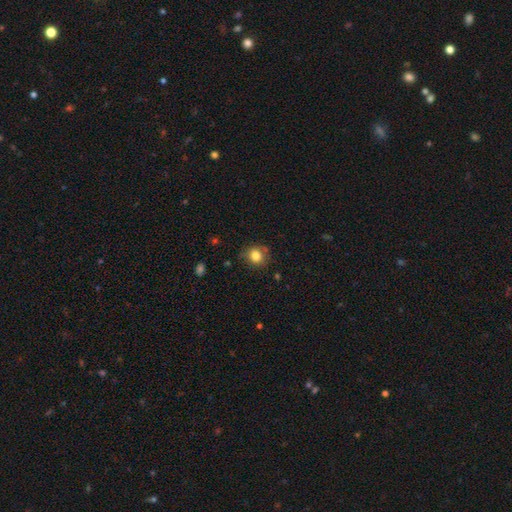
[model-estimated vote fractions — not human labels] Smooth or featured? smooth (81%)
How rounded? round (78%)
Merging? none (76%)